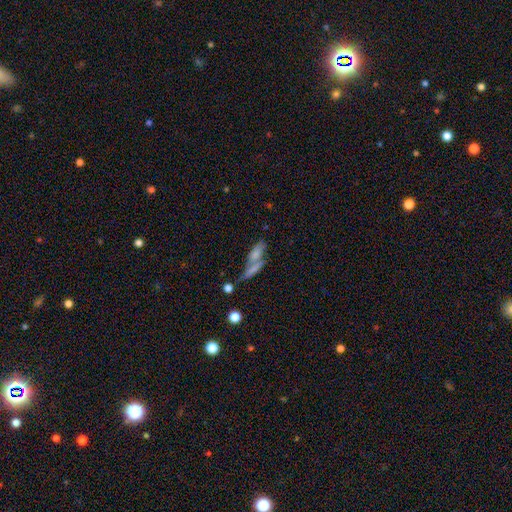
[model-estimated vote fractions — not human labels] Overall: smooth (65%; featured or disk 25%). How rounded: cigar-shaped (49%; in between 47%). Merging: merger (48%; none 33%).